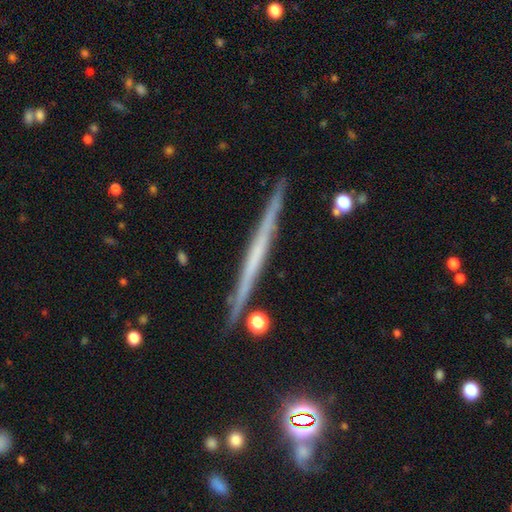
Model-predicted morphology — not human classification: Smooth or featured: featured or disk — 65% (smooth — 27%)
Edge-on disk: yes — 97% (no — 3%)
Edge-on bulge: none — 89% (rounded — 7%)
Merging: none — 89% (minor disturbance — 8%)